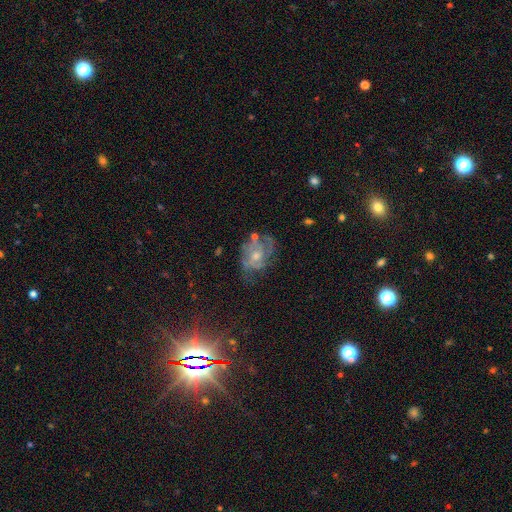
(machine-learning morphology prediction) Q: Smooth or featured?
A: featured or disk (74%); runner-up: smooth (16%)
Q: Edge-on disk?
A: no (97%); runner-up: yes (3%)
Q: Bar?
A: no (69%); runner-up: weak (26%)
Q: Spiral arms?
A: yes (83%); runner-up: no (17%)
Q: Spiral winding?
A: tight (47%); runner-up: medium (40%)
Q: Spiral arm count?
A: can't tell (36%); runner-up: 2 (32%)
Q: Bulge size?
A: moderate (53%); runner-up: small (38%)
Q: Merging?
A: none (54%); runner-up: minor disturbance (25%)